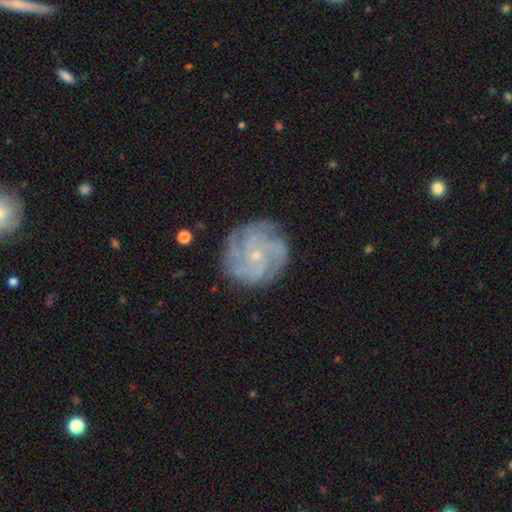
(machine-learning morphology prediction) smooth-or-featured: featured or disk: 82% | smooth: 10% | star or artifact: 8%
  disk-edge-on: no: 98% | yes: 2%
    bar: no: 77% | weak: 19% | strong: 4%
    has-spiral-arms: yes: 96% | no: 4%
      spiral-winding: tight: 65% | medium: 29% | loose: 7%
      spiral-arm-count: 4: 32% | can't tell: 22% | 3: 15% | more than 4: 14% | 2: 9% | 1: 7%
    bulge-size: small: 81% | moderate: 14% | none: 2% | large: 1% | dominant: 1%
  merging: none: 82% | minor disturbance: 13% | major disturbance: 4% | merger: 1%